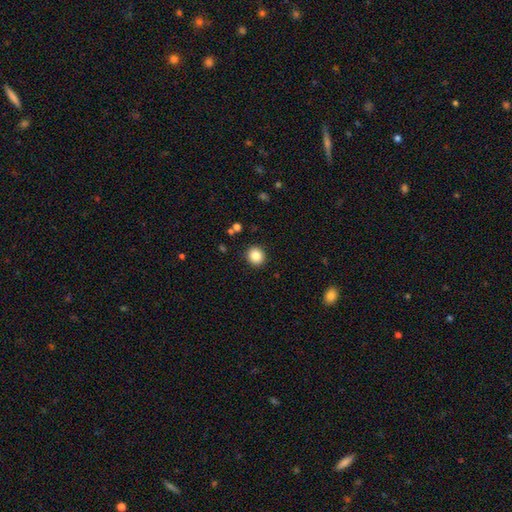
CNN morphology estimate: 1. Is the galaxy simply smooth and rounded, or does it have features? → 85% smooth, 10% star or artifact, 5% featured or disk.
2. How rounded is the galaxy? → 87% round, 12% in between, 1% cigar-shaped.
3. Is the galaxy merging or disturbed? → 91% none, 5% minor disturbance, 2% major disturbance, 1% merger.